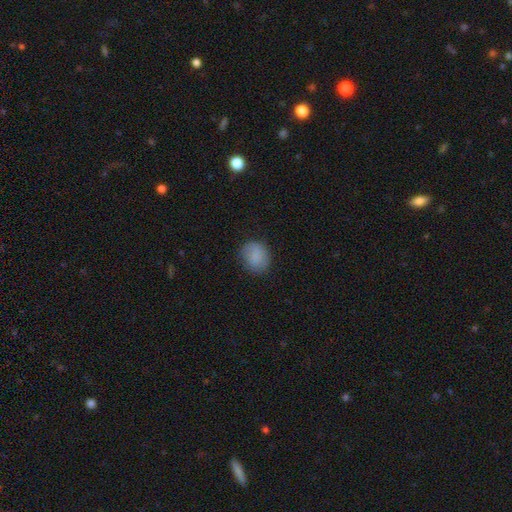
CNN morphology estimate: Smooth or featured: smooth — 86% (star or artifact — 8%)
How rounded: round — 66% (in between — 33%)
Merging: none — 80% (minor disturbance — 15%)